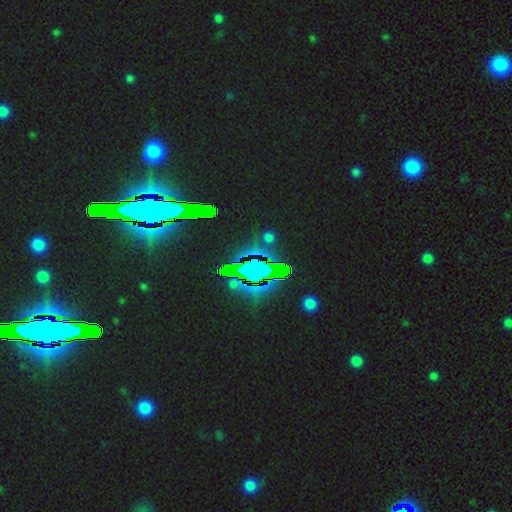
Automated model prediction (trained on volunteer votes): A star or artifact, not a galaxy (84%).

Vote fractions:
- Smooth or featured? star or artifact: 84% / smooth: 8% / featured or disk: 8%